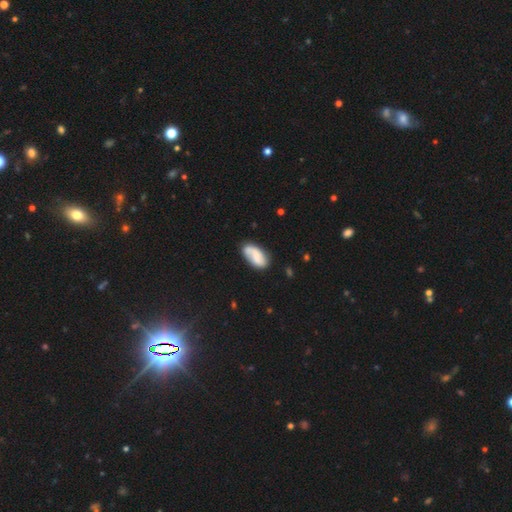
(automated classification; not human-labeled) The model was most divided on "smooth or featured": smooth: 58%, featured or disk: 35%, star or artifact: 7%. More confident: how rounded — in between (92%); merging — none (69%).